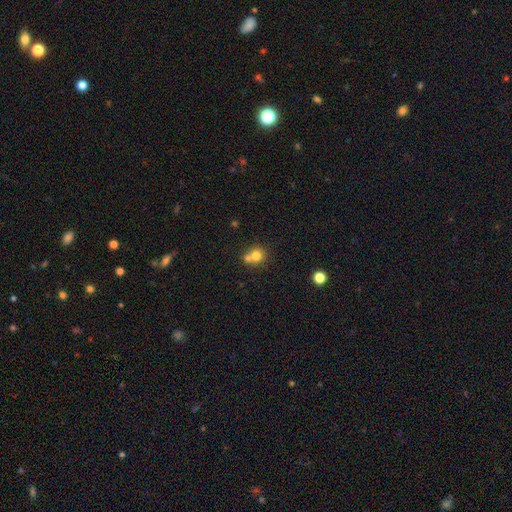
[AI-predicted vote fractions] smooth 75%, featured or disk 13%, star or artifact 12%. Down the decision tree: how rounded — round (83%); merging — merger (49%).